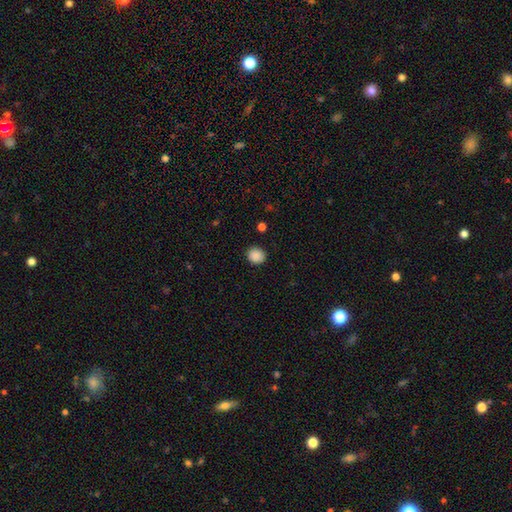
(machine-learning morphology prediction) Smooth or featured? smooth (89%)
How rounded? round (83%)
Merging? none (90%)